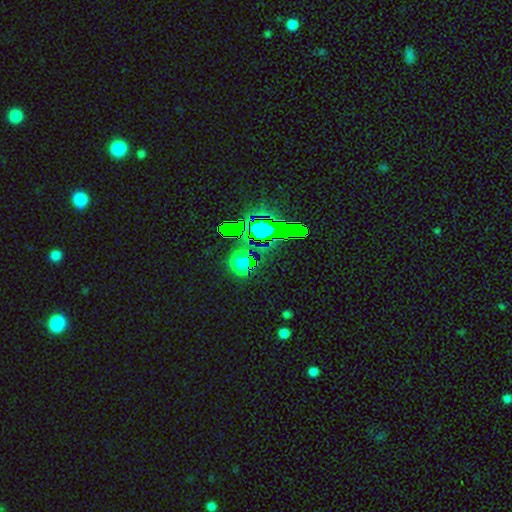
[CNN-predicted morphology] A star or artifact, not a galaxy (77%).

Vote fractions:
- Smooth or featured? star or artifact: 77% / smooth: 13% / featured or disk: 10%